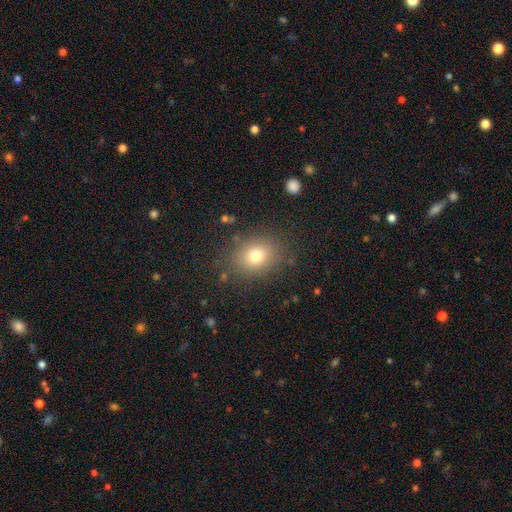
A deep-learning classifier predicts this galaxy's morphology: A smooth galaxy with no disk features (77%) that is round (50%). Merging: none (83%).